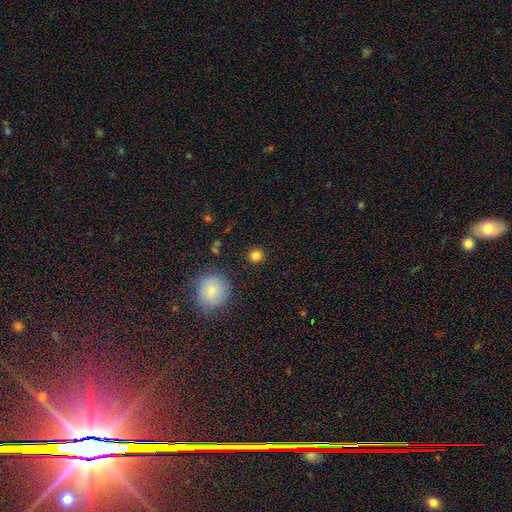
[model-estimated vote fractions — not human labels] This appears to be a smooth galaxy with no disk features (82%) that is round (91%). Merging: none (89%).